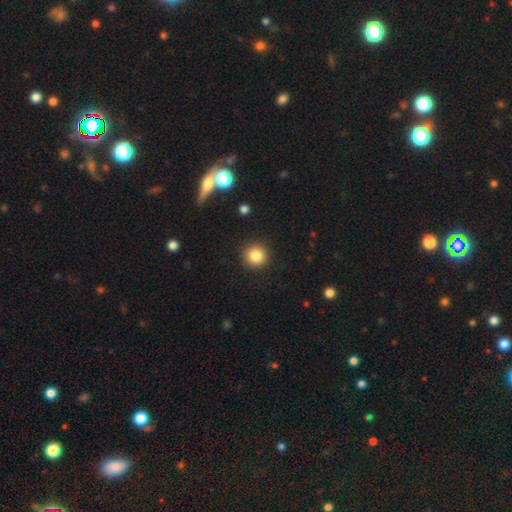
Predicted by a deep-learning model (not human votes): This is clearly a smooth galaxy (85%). How rounded: clearly round (94%). Merging: clearly none (92%).